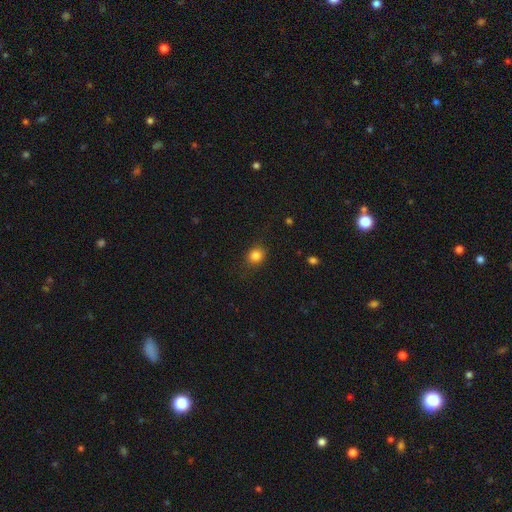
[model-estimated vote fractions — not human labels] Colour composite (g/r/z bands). It shows a smooth galaxy with no disk features (84%) that is round (73%). Merging: none (85%).